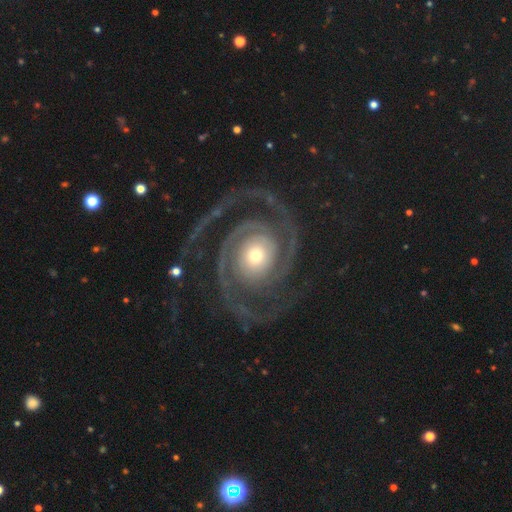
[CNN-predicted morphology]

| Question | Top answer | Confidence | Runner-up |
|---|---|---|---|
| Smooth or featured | featured or disk | 93% | star or artifact (4%) |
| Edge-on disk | no | 98% | yes (2%) |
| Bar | no | 77% | weak (14%) |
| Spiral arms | yes | 98% | no (2%) |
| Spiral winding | tight | 62% | medium (32%) |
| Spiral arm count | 2 | 83% | 3 (6%) |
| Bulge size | moderate | 47% | small (42%) |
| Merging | none | 75% | minor disturbance (12%) |